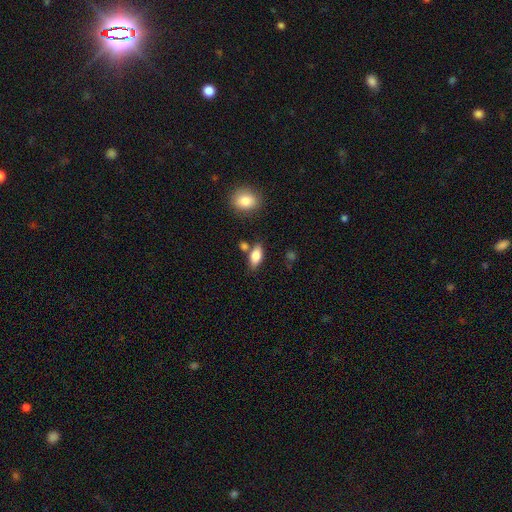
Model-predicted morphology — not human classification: This appears to be a smooth galaxy with no disk features (77%) that is in between round and cigar-shaped (84%). Merging: none (72%).